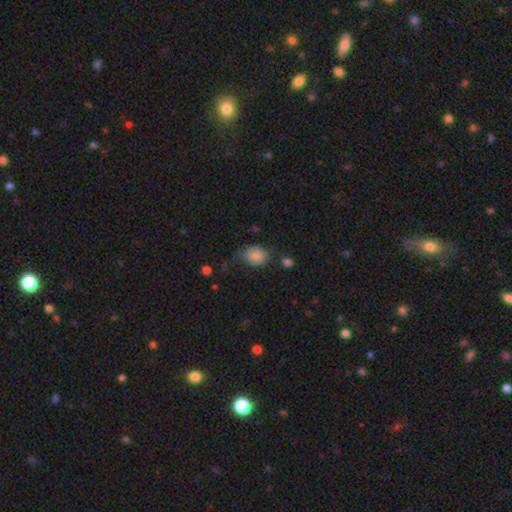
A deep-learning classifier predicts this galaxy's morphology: Smooth or featured? Predicted: smooth (p=0.83). How rounded? Predicted: round (p=0.50). Merging? Predicted: none (p=0.51).